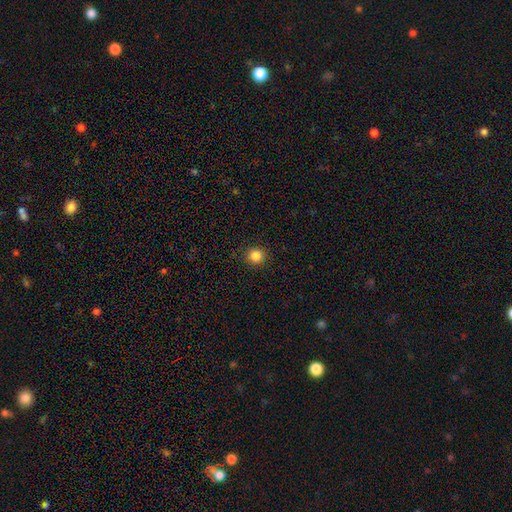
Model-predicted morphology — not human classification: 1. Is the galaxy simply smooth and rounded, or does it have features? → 84% smooth, 12% star or artifact, 4% featured or disk.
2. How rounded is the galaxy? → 92% round, 7% in between, 1% cigar-shaped.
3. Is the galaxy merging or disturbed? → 91% none, 6% minor disturbance, 2% major disturbance, 1% merger.